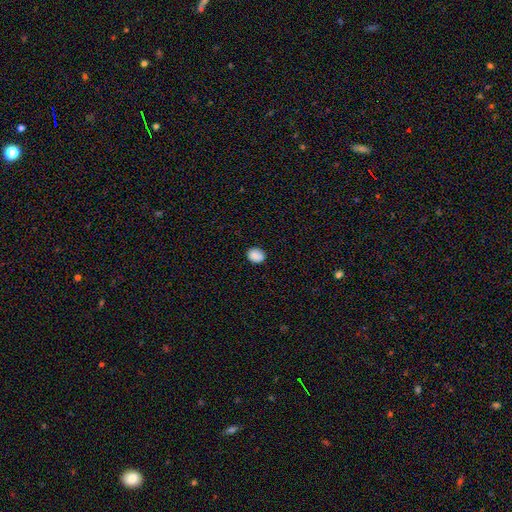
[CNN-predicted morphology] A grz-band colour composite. It shows a smooth galaxy with no disk features (88%) that is round (51%). Merging: none (86%).